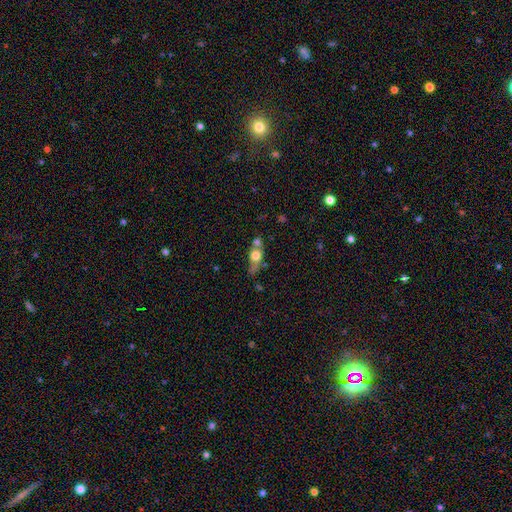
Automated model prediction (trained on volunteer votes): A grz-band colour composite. It shows a smooth galaxy with no disk features (63%) that is in between round and cigar-shaped (47%). Merging: merger (37%).